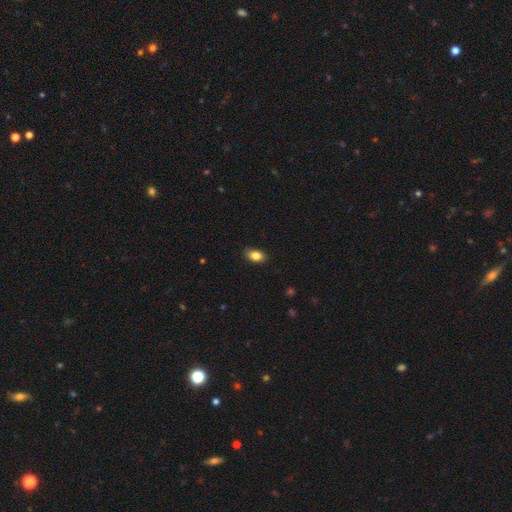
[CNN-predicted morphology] A smooth galaxy with no disk features (85%) that is in between round and cigar-shaped (84%).

Vote fractions:
- Smooth or featured? smooth: 85% / star or artifact: 9% / featured or disk: 7%
- How rounded? in between: 84% / round: 14% / cigar-shaped: 2%
- Merging? none: 82% / minor disturbance: 15% / major disturbance: 2% / merger: 1%